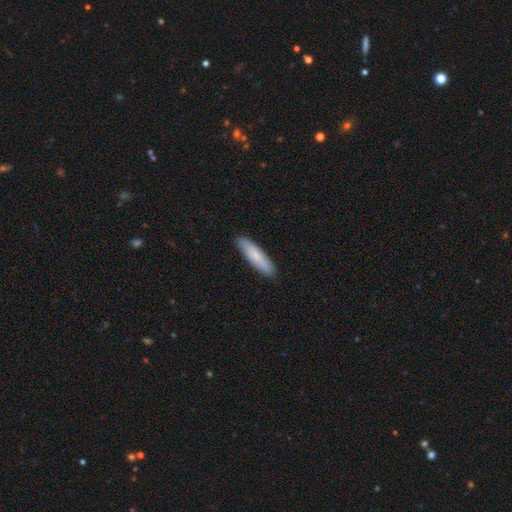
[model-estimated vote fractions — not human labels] smooth-or-featured: smooth: 79% | featured or disk: 16% | star or artifact: 5%
  how-rounded: cigar-shaped: 75% | in between: 24% | round: 1%
  merging: none: 89% | minor disturbance: 8% | major disturbance: 2% | merger: 1%